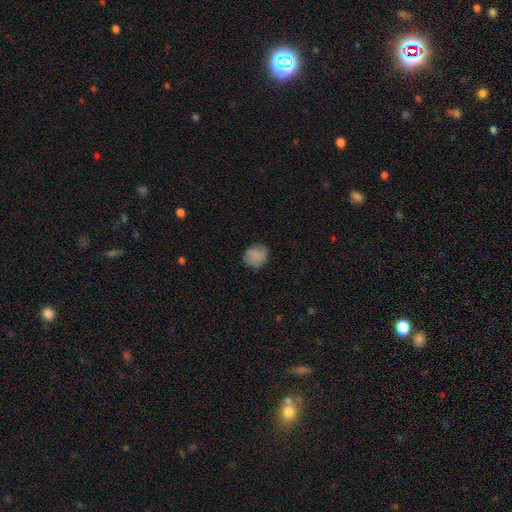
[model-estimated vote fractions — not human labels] Smooth or featured? smooth (84%)
How rounded? round (81%)
Merging? none (81%)